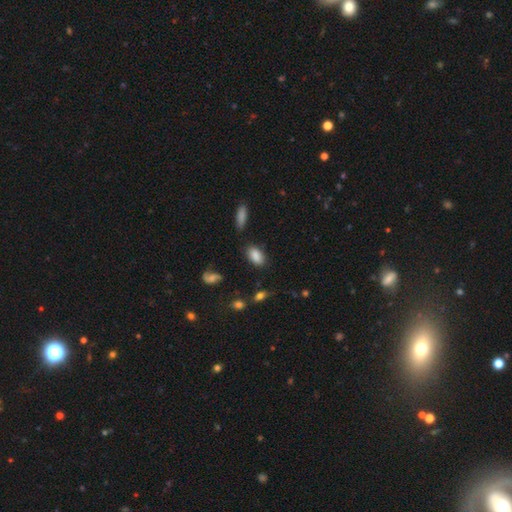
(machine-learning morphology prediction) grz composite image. It shows a smooth galaxy with no disk features (86%) that is in between round and cigar-shaped (93%). Merging: none (81%).